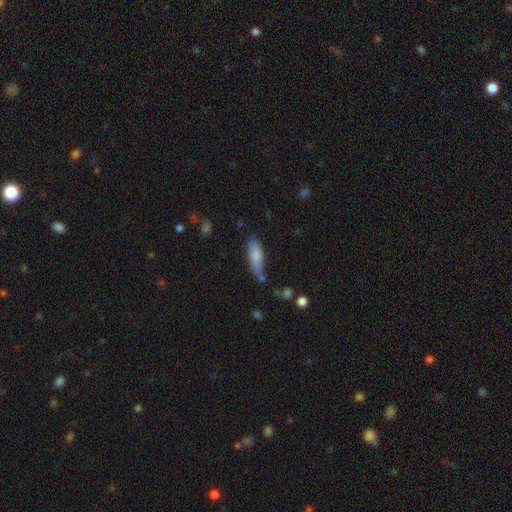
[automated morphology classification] Smooth or featured?
  - smooth: 79% *
  - featured or disk: 14%
  - star or artifact: 7%
How rounded?
  - in between: 52% *
  - cigar-shaped: 46%
  - round: 2%
Merging?
  - none: 50% *
  - minor disturbance: 30%
  - major disturbance: 10%
  - merger: 10%